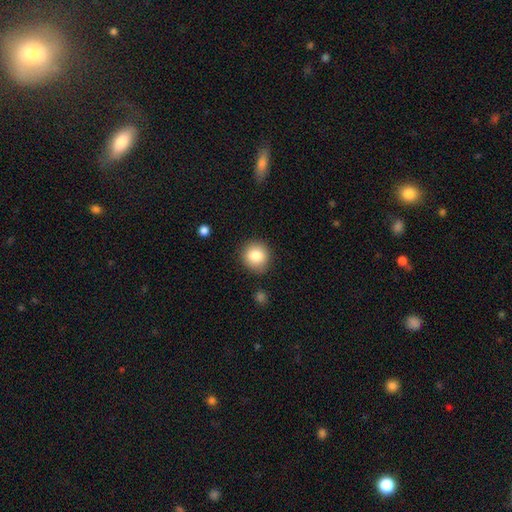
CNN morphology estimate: smooth-or-featured: smooth: 83% | star or artifact: 9% | featured or disk: 7%
  how-rounded: round: 89% | in between: 10% | cigar-shaped: 1%
  merging: none: 87% | minor disturbance: 9% | major disturbance: 2% | merger: 2%